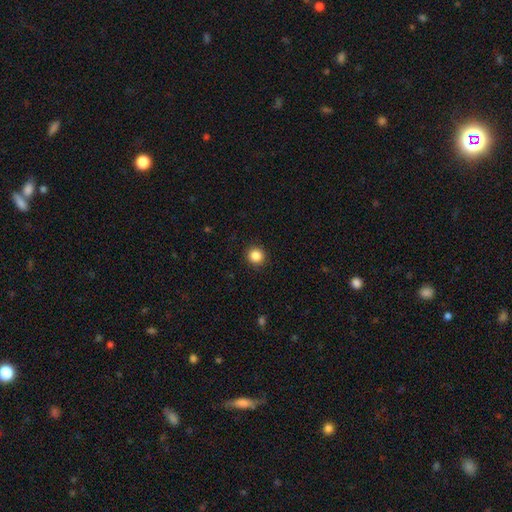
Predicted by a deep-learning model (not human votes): Smooth or featured? Predicted: smooth (p=0.86). How rounded? Predicted: round (p=0.93). Merging? Predicted: none (p=0.92).